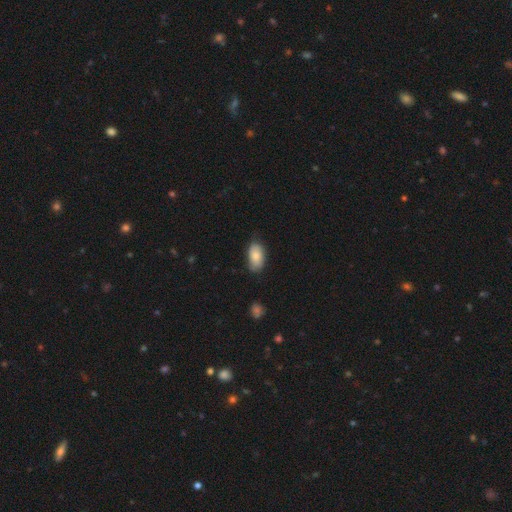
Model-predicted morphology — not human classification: smooth 83%, featured or disk 10%, star or artifact 7%. Down the decision tree: how rounded — in between (94%); merging — none (71%).